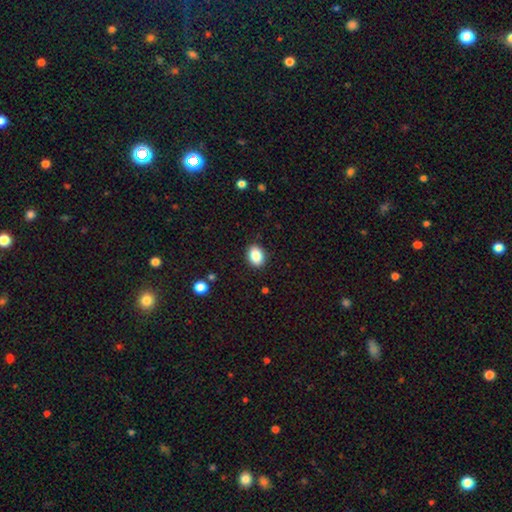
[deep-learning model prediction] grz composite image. It shows a smooth galaxy with no disk features (86%) that is in between round and cigar-shaped (67%). Merging: none (90%).